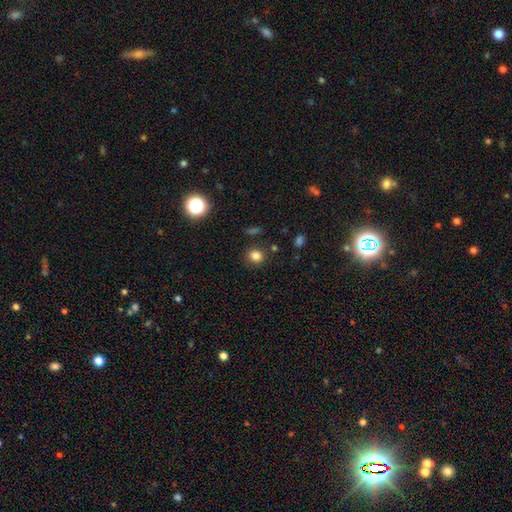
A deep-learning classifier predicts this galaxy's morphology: type=smooth (82%); roundness=round (77%); merging=none (86%).